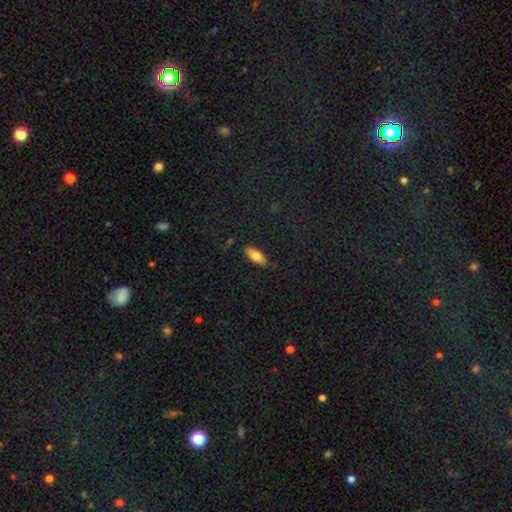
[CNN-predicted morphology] smooth 76%, featured or disk 17%, star or artifact 6%. Down the decision tree: how rounded — in between (77%); merging — none (87%).